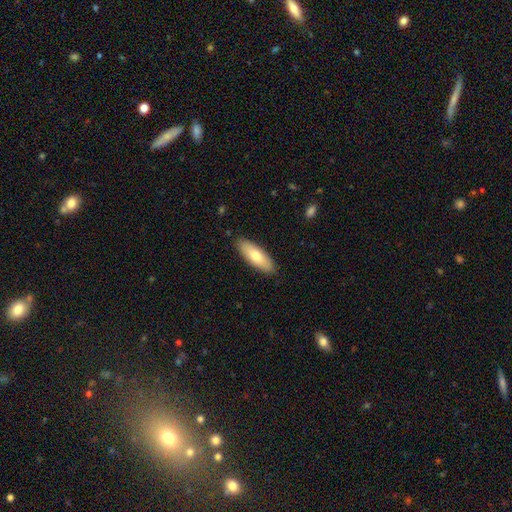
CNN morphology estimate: Smooth or featured? Predicted: smooth (p=0.71). How rounded? Predicted: in between (p=0.60). Merging? Predicted: none (p=0.89).